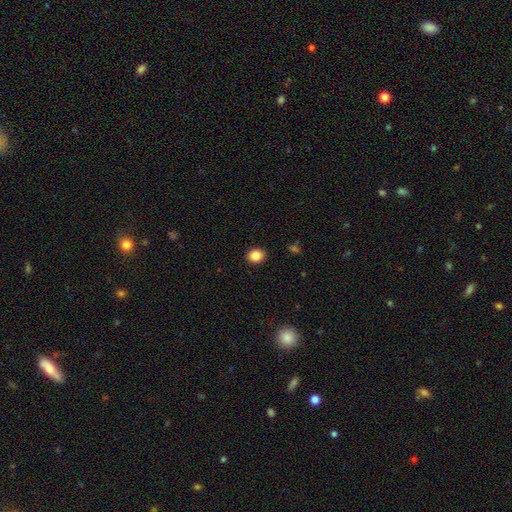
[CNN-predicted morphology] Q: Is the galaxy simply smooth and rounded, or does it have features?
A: smooth — 86%.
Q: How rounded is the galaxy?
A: round — 62%.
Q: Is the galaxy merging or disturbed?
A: none — 91%.